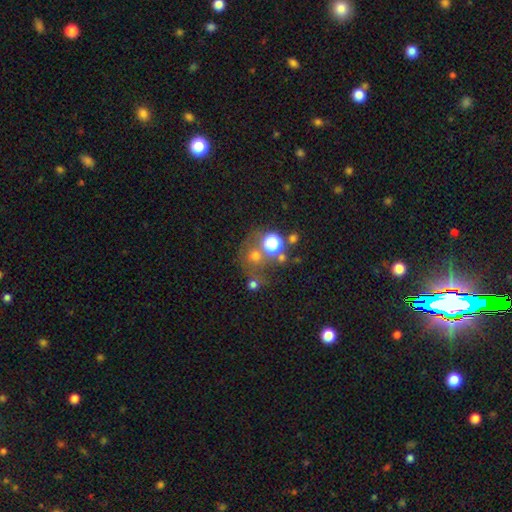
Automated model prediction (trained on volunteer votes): smooth 55%, star or artifact 30%, featured or disk 15%. Down the decision tree: how rounded — round (84%); merging — none (54%).